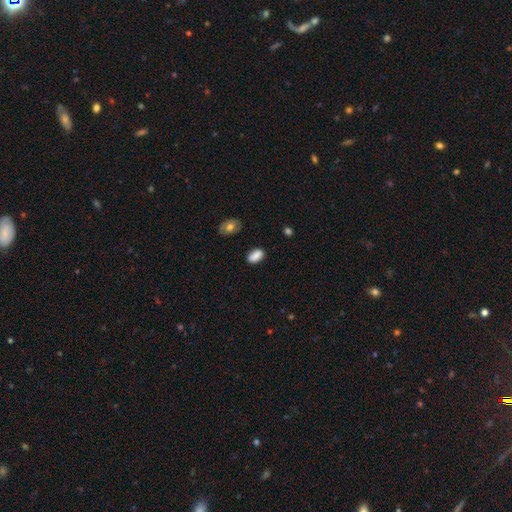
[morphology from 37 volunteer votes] A smooth galaxy with no disk features (86%) that is in between round and cigar-shaped (88%).

Vote fractions:
- Smooth or featured? smooth: 86% / featured or disk: 8% / star or artifact: 5%
- How rounded? in between: 88% / round: 12% / cigar-shaped: 0%
- Merging? none: 97% / minor disturbance: 3% / major disturbance: 0% / merger: 0%